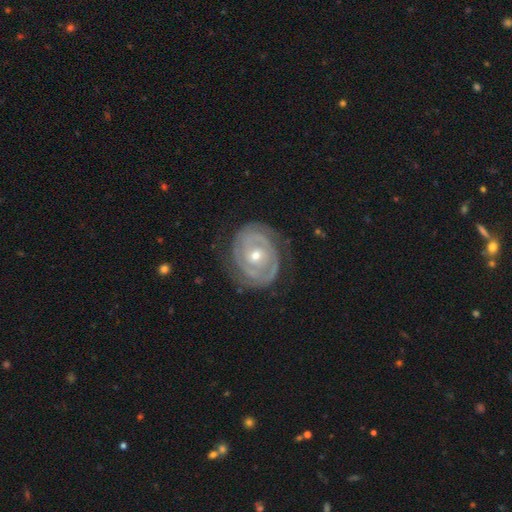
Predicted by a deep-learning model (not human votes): A featured or disk galaxy (89%) with no bar (65%), 2 (66%) tight (78%) spiral arms (94%) and a moderate central bulge (56%). Merging: none (78%).